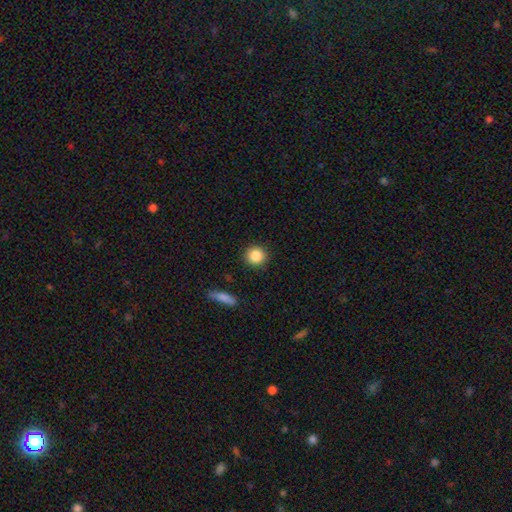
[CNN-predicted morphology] smooth-or-featured: smooth: 86% | star or artifact: 9% | featured or disk: 5%
  how-rounded: round: 92% | in between: 7% | cigar-shaped: 1%
  merging: none: 91% | minor disturbance: 6% | major disturbance: 2% | merger: 1%